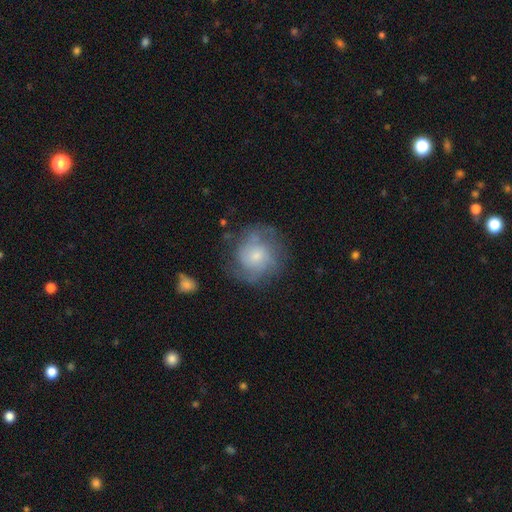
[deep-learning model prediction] Morphology: type=featured or disk (57%); edge-on=no (98%); bar=no (72%); spiral arms=yes (82%); bulge=small (50%); merging=none (66%).